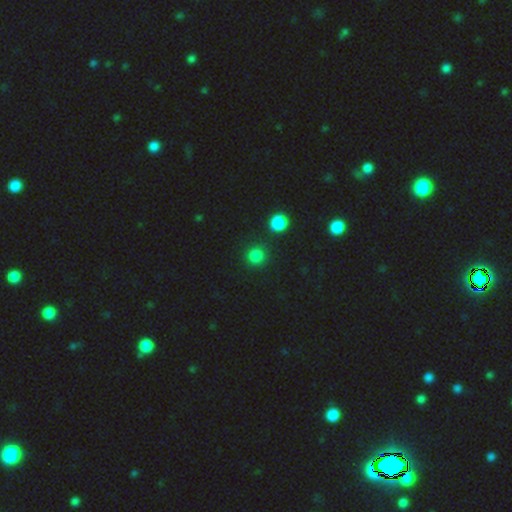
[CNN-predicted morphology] Smooth or featured?
  - smooth: 80% *
  - star or artifact: 16%
  - featured or disk: 3%
How rounded?
  - round: 92% *
  - in between: 7%
  - cigar-shaped: 1%
Merging?
  - none: 87% *
  - minor disturbance: 7%
  - merger: 3%
  - major disturbance: 3%